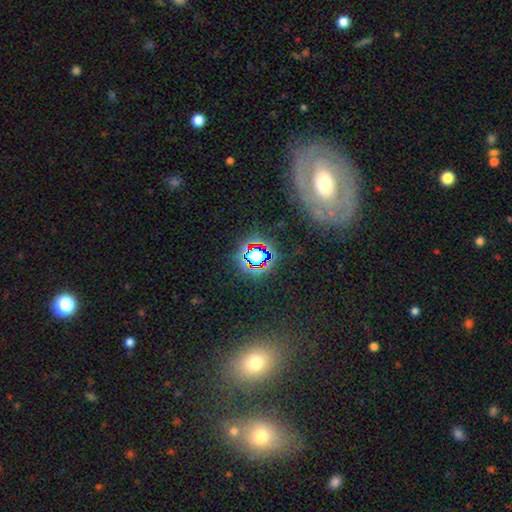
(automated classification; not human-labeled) Smooth or featured? Predicted: star or artifact (p=0.72).